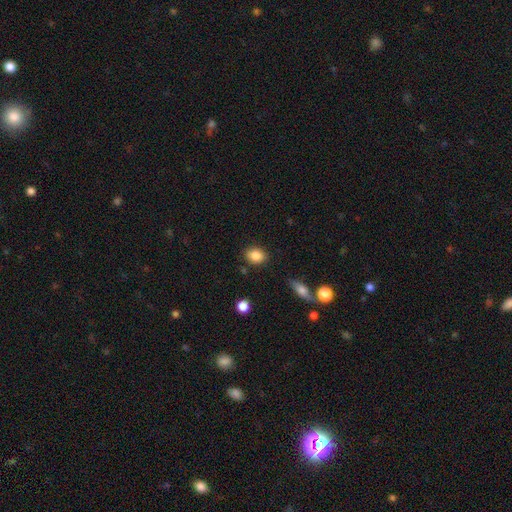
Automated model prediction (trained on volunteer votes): Smooth or featured?
  - smooth: 86% *
  - star or artifact: 8%
  - featured or disk: 6%
How rounded?
  - in between: 55% *
  - round: 43%
  - cigar-shaped: 1%
Merging?
  - none: 84% *
  - minor disturbance: 10%
  - merger: 3%
  - major disturbance: 3%